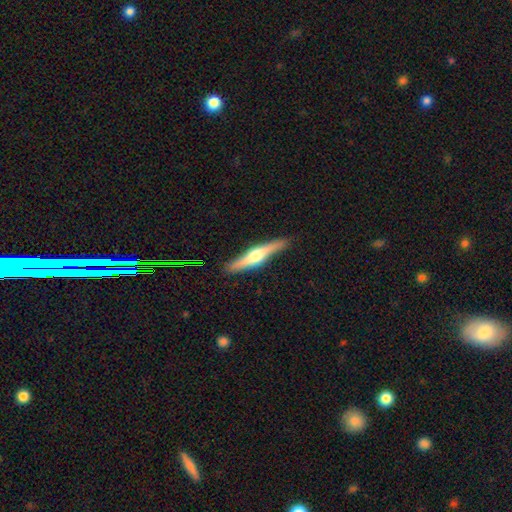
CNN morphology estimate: A featured or disk galaxy (63%) viewed edge-on (96%) with a rounded central bulge (88%).

Vote fractions:
- Smooth or featured? featured or disk: 63% / smooth: 32% / star or artifact: 5%
- Edge-on disk? yes: 96% / no: 4%
- Edge-on bulge? rounded: 88% / boxy: 7% / none: 5%
- Merging? none: 88% / minor disturbance: 9% / major disturbance: 2% / merger: 1%